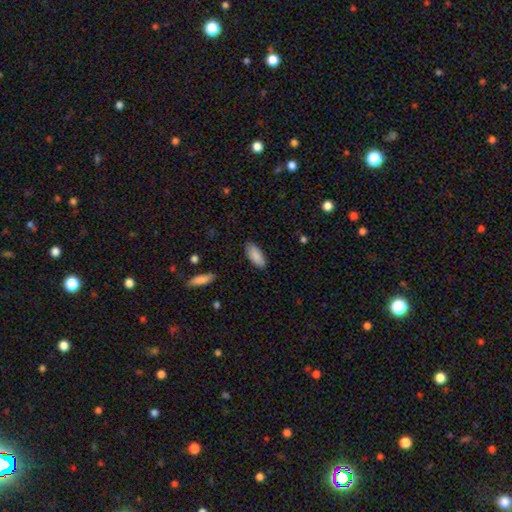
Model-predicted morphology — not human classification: The model was most divided on "how rounded": in between: 84%, cigar-shaped: 15%, round: 2%. More confident: smooth or featured — smooth (88%); merging — none (85%).